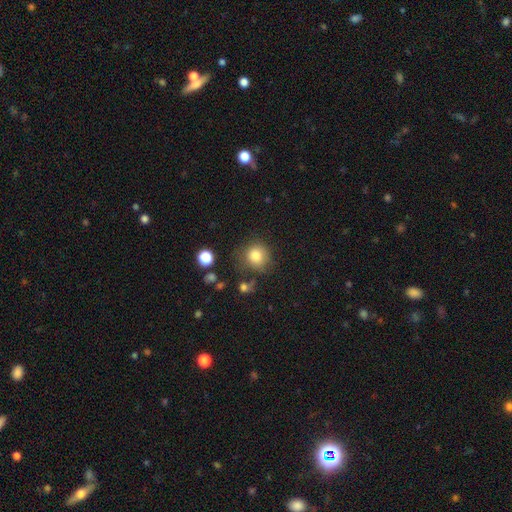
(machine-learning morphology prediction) smooth-or-featured: smooth: 80% | star or artifact: 12% | featured or disk: 8%
  how-rounded: round: 88% | in between: 12% | cigar-shaped: 1%
  merging: none: 72% | minor disturbance: 17% | major disturbance: 6% | merger: 5%